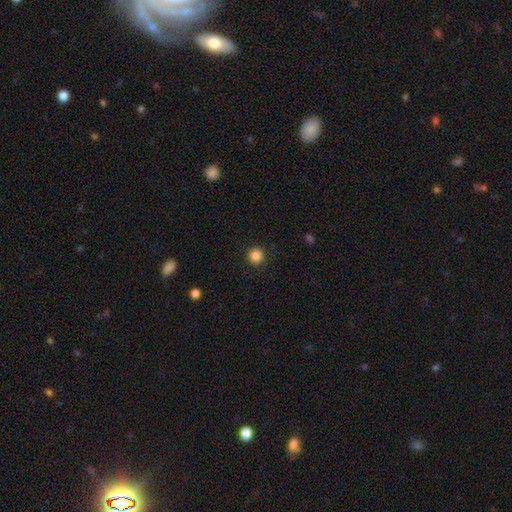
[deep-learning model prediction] The model was most divided on "smooth or featured": smooth: 86%, star or artifact: 11%, featured or disk: 3%. More confident: how rounded — round (94%); merging — none (92%).